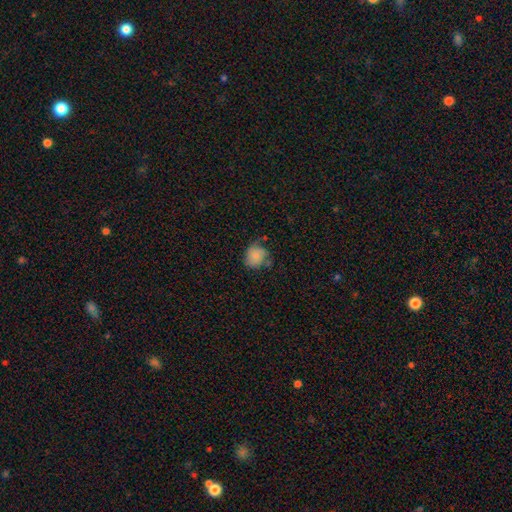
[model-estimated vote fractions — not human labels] smooth_or_featured: smooth (p=0.72) [alt: featured or disk p=0.19]
how_rounded: round (p=0.68) [alt: in between p=0.31]
merging: none (p=0.47) [alt: minor disturbance p=0.35]